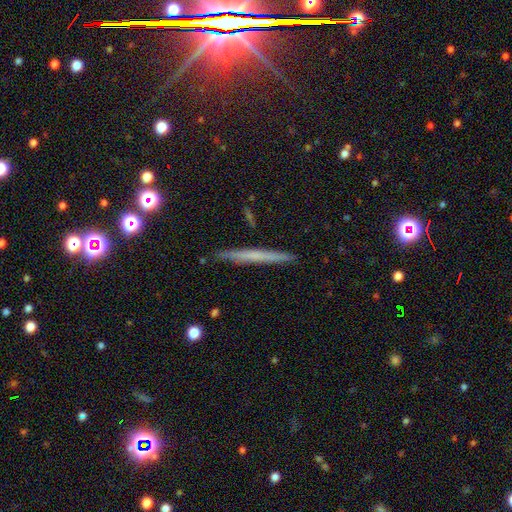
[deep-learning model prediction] smooth-or-featured: smooth: 47% | featured or disk: 44% | star or artifact: 9%
  merging: none: 91% | minor disturbance: 7% | major disturbance: 1% | merger: 1%